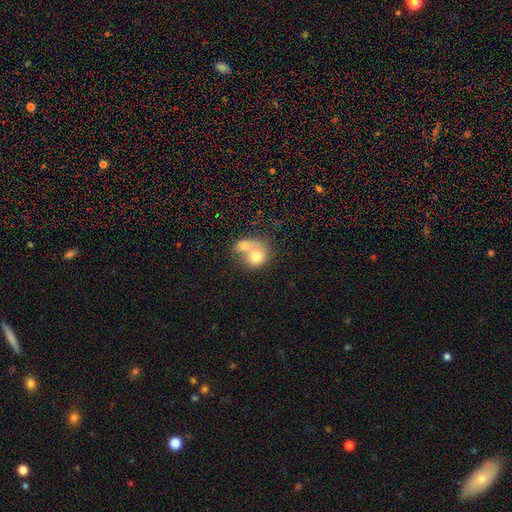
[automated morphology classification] type=smooth (70%); roundness=round (65%); merging=merger (71%).